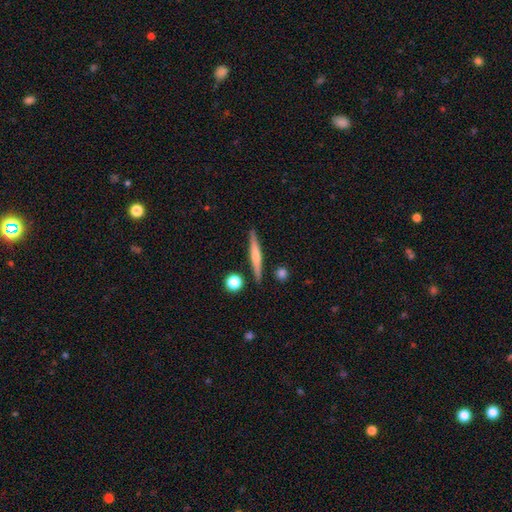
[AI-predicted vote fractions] Smooth or featured? Predicted: featured or disk (p=0.55). Edge-on disk? Predicted: yes (p=0.97). Edge-on bulge? Predicted: rounded (p=0.63). Merging? Predicted: none (p=0.88).